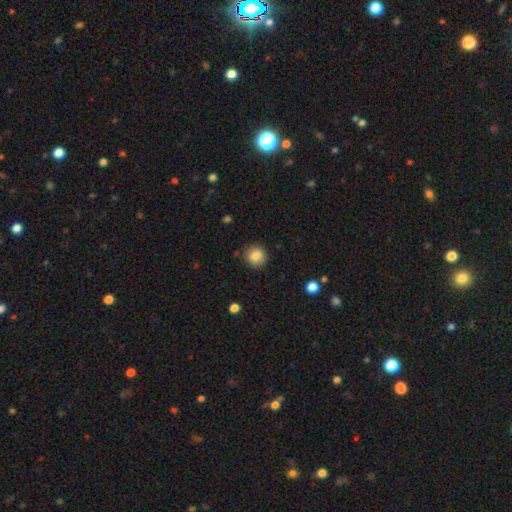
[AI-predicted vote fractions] Smooth or featured: smooth — 85% (star or artifact — 9%)
How rounded: round — 89% (in between — 10%)
Merging: none — 87% (minor disturbance — 9%)